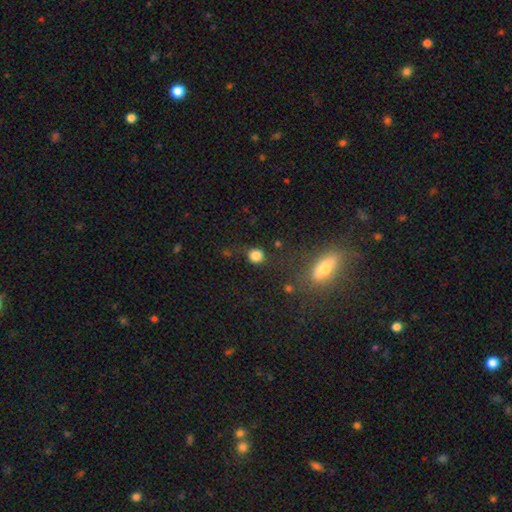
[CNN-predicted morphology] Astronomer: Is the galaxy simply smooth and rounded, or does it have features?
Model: smooth — 83%.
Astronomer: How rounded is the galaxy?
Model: round — 86%.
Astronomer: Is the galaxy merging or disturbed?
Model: none — 75%.